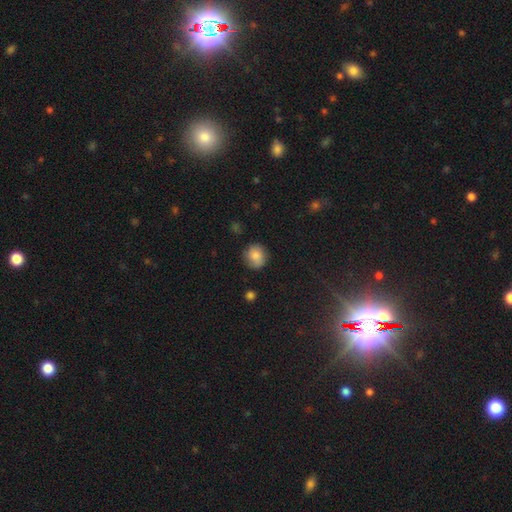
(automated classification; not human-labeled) A smooth galaxy with no disk features (81%) that is round (85%).

Vote fractions:
- Smooth or featured? smooth: 81% / featured or disk: 10% / star or artifact: 9%
- How rounded? round: 85% / in between: 14% / cigar-shaped: 1%
- Merging? none: 79% / minor disturbance: 15% / major disturbance: 4% / merger: 2%